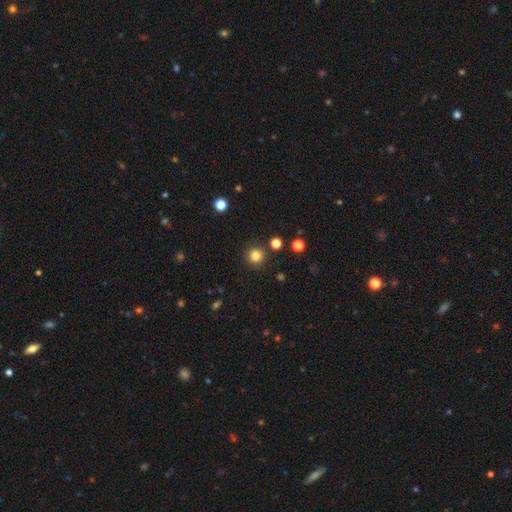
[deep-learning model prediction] Smooth or featured?
  - smooth: 82% *
  - star or artifact: 13%
  - featured or disk: 5%
How rounded?
  - round: 95% *
  - in between: 4%
  - cigar-shaped: 1%
Merging?
  - none: 89% *
  - minor disturbance: 6%
  - merger: 3%
  - major disturbance: 2%